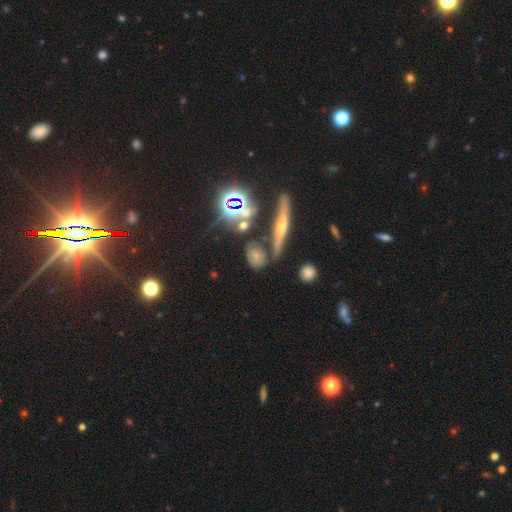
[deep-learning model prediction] This is possibly a smooth galaxy (51%). How rounded: likely in between (62%). Merging: likely none (65%).